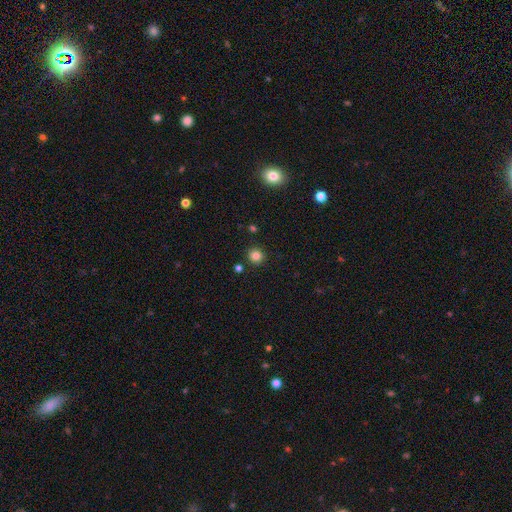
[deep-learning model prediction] smooth_or_featured: smooth (p=0.83) [alt: star or artifact p=0.13]
how_rounded: round (p=0.93) [alt: in between p=0.06]
merging: none (p=0.90) [alt: minor disturbance p=0.06]